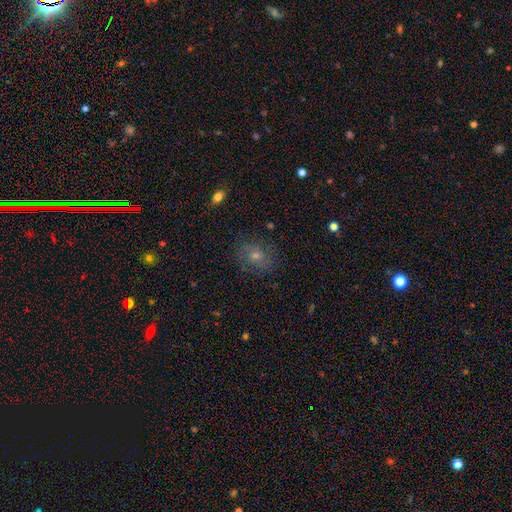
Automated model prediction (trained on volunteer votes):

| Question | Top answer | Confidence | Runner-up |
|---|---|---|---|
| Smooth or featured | featured or disk | 38% | tied: smooth (38%) |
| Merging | none | 80% | minor disturbance (13%) |